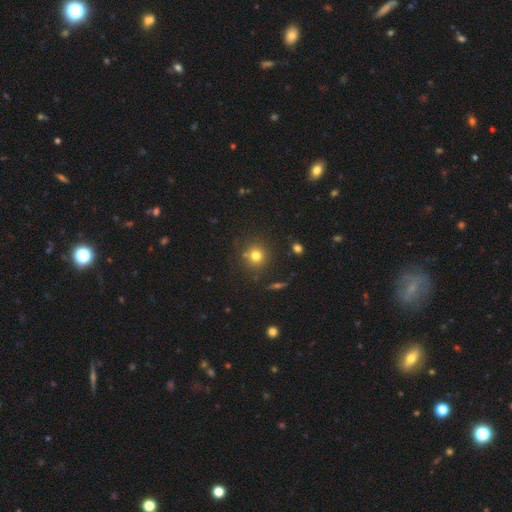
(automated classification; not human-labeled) Morphology: type=smooth (77%); roundness=round (91%); merging=none (84%).